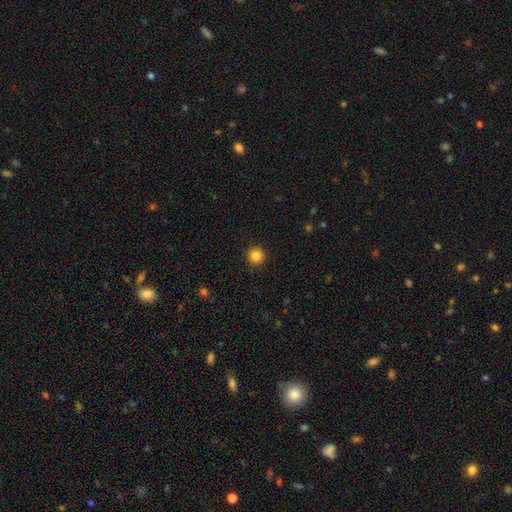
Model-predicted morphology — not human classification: smooth 85%, star or artifact 11%, featured or disk 4%. Down the decision tree: how rounded — round (95%); merging — none (92%).